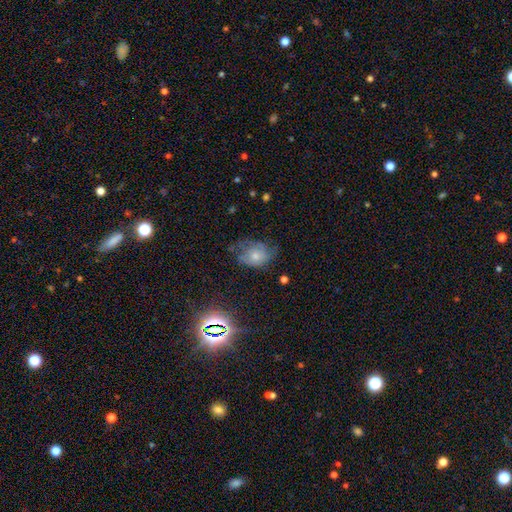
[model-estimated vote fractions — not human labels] Smooth or featured?
  - smooth: 55% *
  - featured or disk: 34%
  - star or artifact: 12%
How rounded?
  - in between: 66% *
  - round: 33%
  - cigar-shaped: 1%
Merging?
  - none: 40% *
  - minor disturbance: 33%
  - major disturbance: 25%
  - merger: 3%